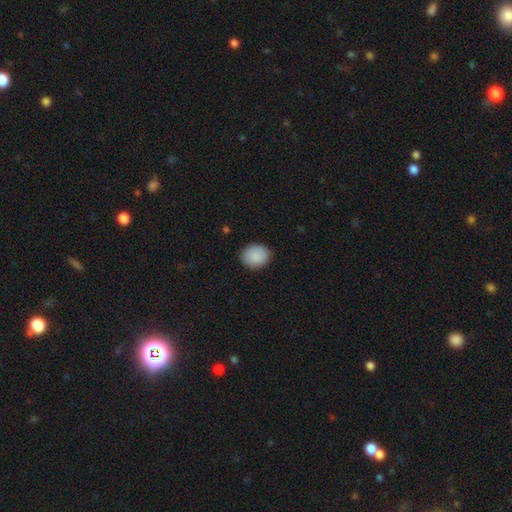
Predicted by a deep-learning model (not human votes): This is clearly a smooth galaxy (89%). How rounded: possibly round (57%). Merging: clearly none (87%).